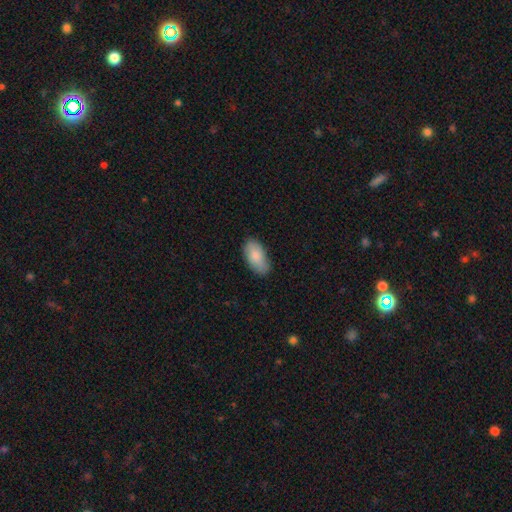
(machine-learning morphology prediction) type=smooth (84%); roundness=in between (94%); merging=none (78%).